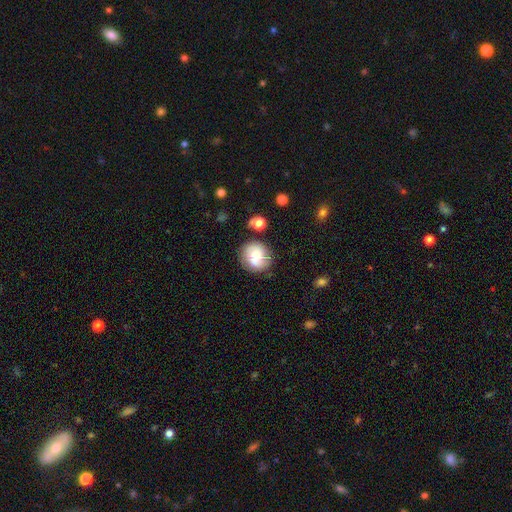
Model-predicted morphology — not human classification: A smooth galaxy with no disk features (61%) that is round (86%). Merging: none (75%).